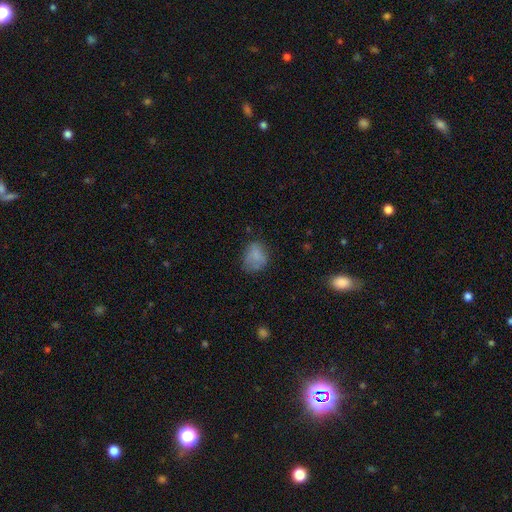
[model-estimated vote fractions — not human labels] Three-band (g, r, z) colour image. It shows a smooth galaxy with no disk features (75%) that is round (50%). Merging: none (57%).